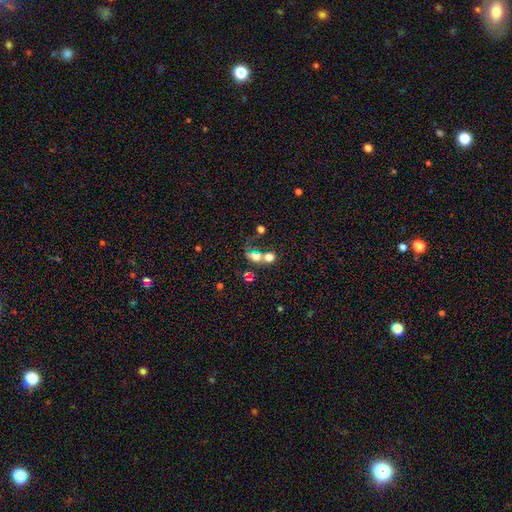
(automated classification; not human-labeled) Overall: smooth (57%; star or artifact 22%). How rounded: in between (48%; round 47%). Merging: merger (50%; none 30%).